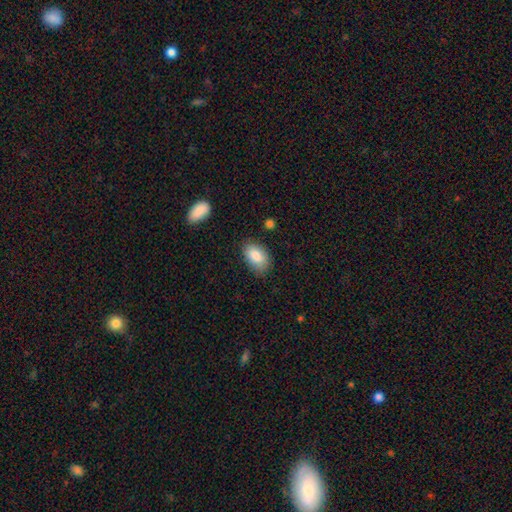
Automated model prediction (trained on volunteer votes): smooth_or_featured: smooth (p=0.85) [alt: featured or disk p=0.08]
how_rounded: in between (p=0.93) [alt: round p=0.05]
merging: none (p=0.80) [alt: minor disturbance p=0.15]